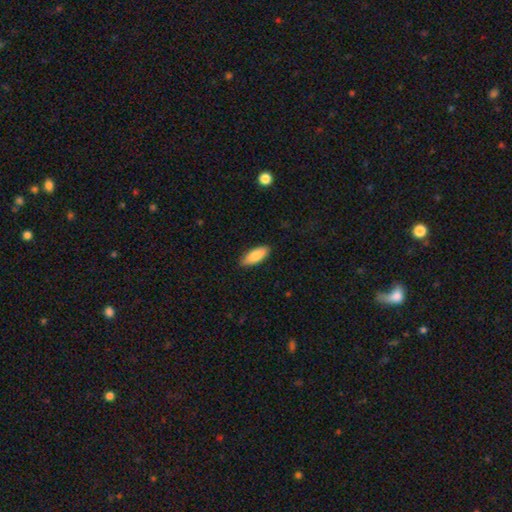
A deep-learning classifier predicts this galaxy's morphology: smooth 85%, featured or disk 10%, star or artifact 6%. Down the decision tree: how rounded — in between (74%); merging — none (87%).